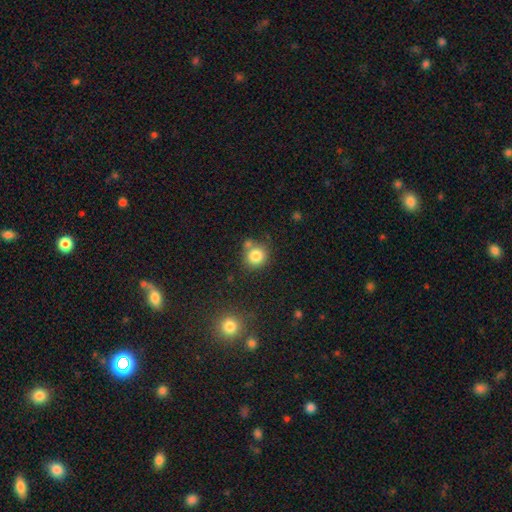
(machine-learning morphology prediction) type=smooth (83%); roundness=round (86%); merging=none (67%).